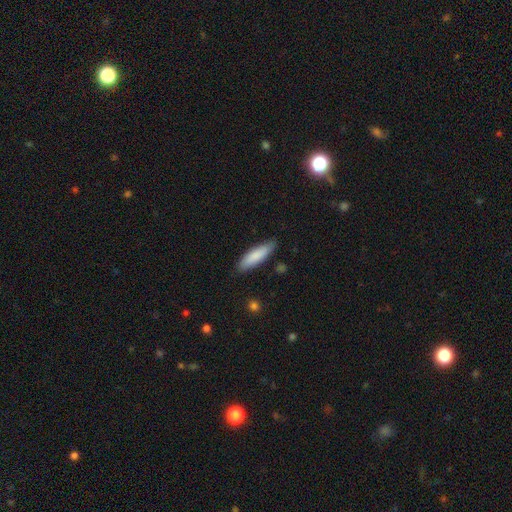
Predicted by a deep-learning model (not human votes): Morphology: type=smooth (84%); roundness=cigar-shaped (61%); merging=none (83%).